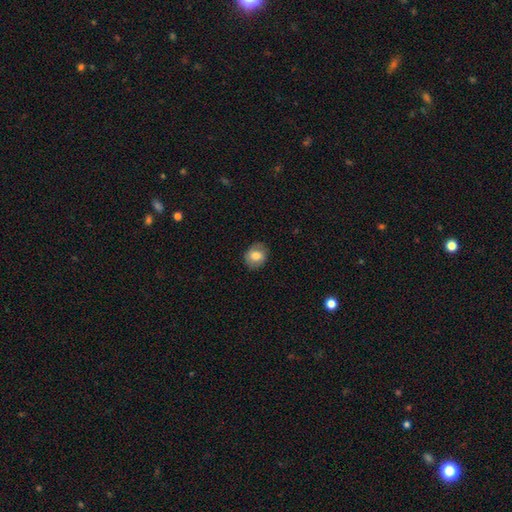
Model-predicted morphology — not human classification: smooth_or_featured: smooth (p=0.74) [alt: featured or disk p=0.17]
how_rounded: round (p=0.64) [alt: in between p=0.35]
merging: none (p=0.82) [alt: minor disturbance p=0.14]